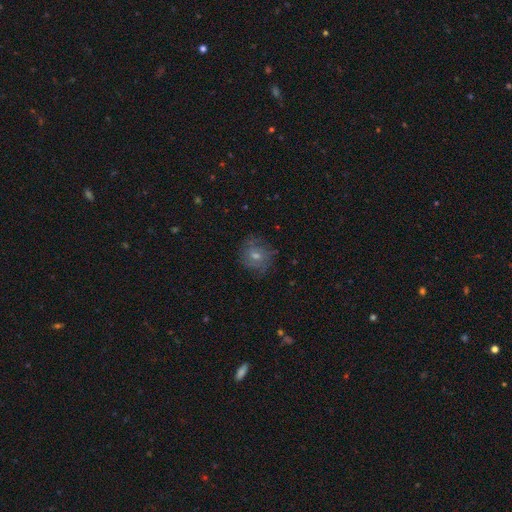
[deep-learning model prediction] This appears to be a featured or disk galaxy (46%). Merging: none (78%).